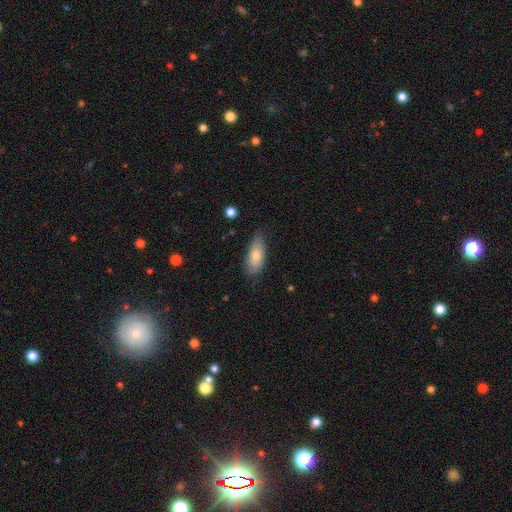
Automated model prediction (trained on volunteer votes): The model was most divided on "merging": none: 71%, minor disturbance: 23%, major disturbance: 5%, merger: 1%. More confident: how rounded — in between (82%); smooth or featured — smooth (76%).